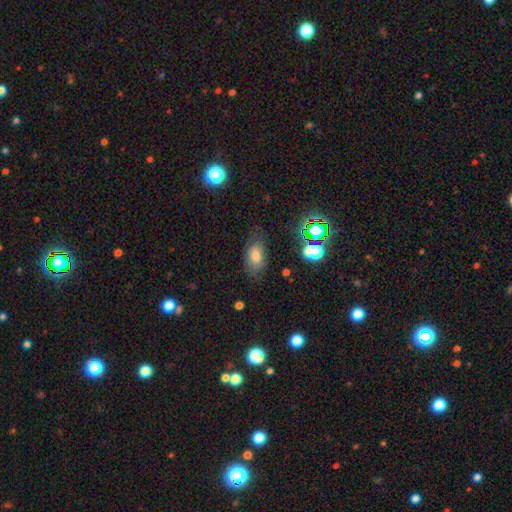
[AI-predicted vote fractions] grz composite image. It shows a smooth galaxy with no disk features (71%) that is in between round and cigar-shaped (87%). Merging: none (71%).